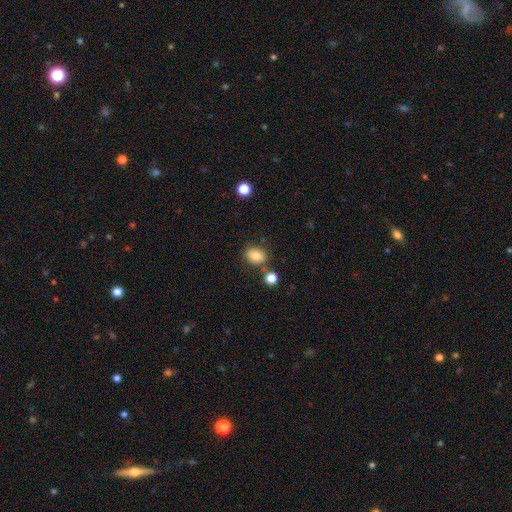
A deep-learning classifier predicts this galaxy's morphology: Smooth or featured?
  - smooth: 81% *
  - star or artifact: 10%
  - featured or disk: 9%
How rounded?
  - in between: 57% *
  - round: 42%
  - cigar-shaped: 1%
Merging?
  - none: 74% *
  - minor disturbance: 13%
  - merger: 10%
  - major disturbance: 4%